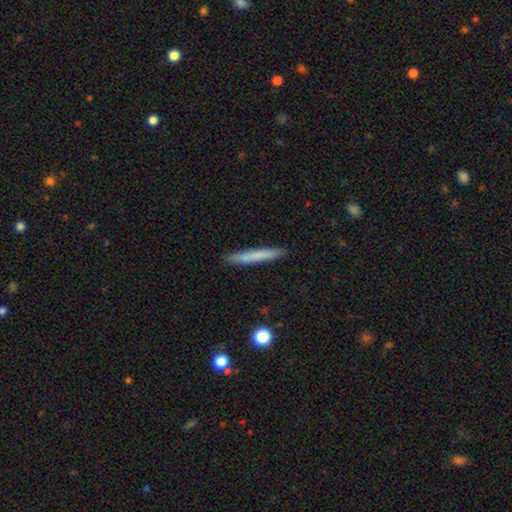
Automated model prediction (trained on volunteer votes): Smooth or featured? Predicted: smooth (p=0.70). How rounded? Predicted: cigar-shaped (p=0.96). Merging? Predicted: none (p=0.89).